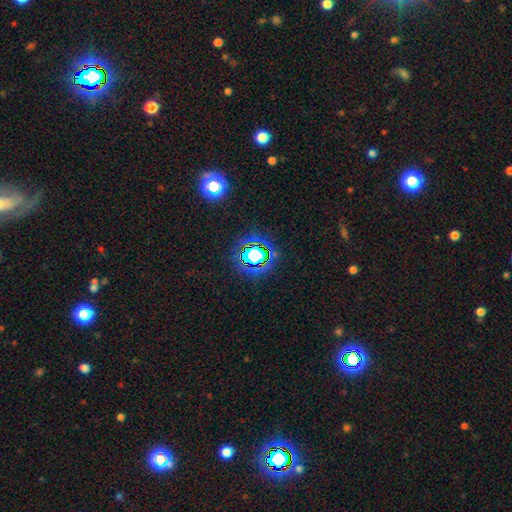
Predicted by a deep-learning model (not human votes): This appears to be a star or artifact, not a galaxy (73%).